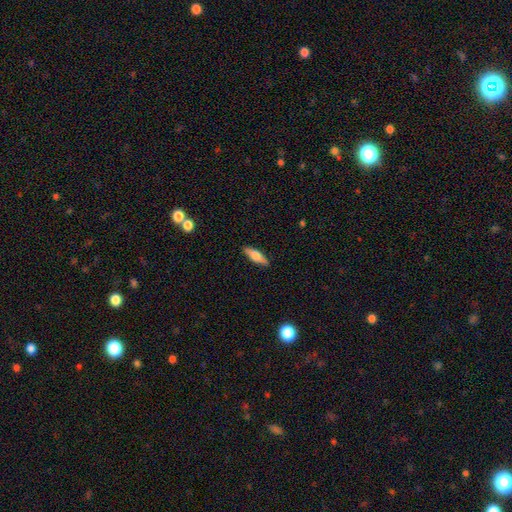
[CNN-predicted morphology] smooth-or-featured: smooth: 59% | featured or disk: 35% | star or artifact: 6%
  how-rounded: cigar-shaped: 52% | in between: 45% | round: 2%
  merging: none: 88% | minor disturbance: 9% | major disturbance: 2% | merger: 1%